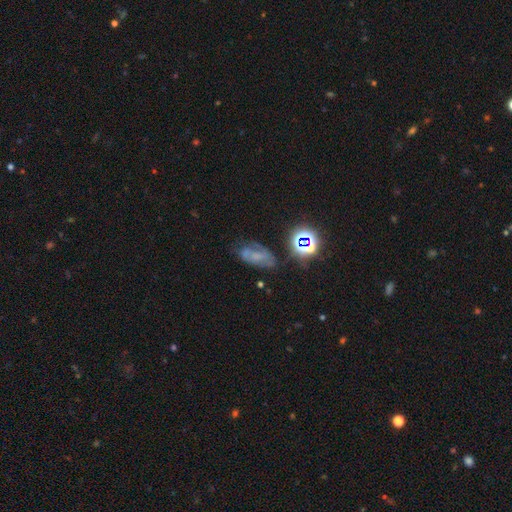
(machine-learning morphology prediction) Smooth or featured: featured or disk — 46% (star or artifact — 27%)
Merging: none — 55% (minor disturbance — 24%)